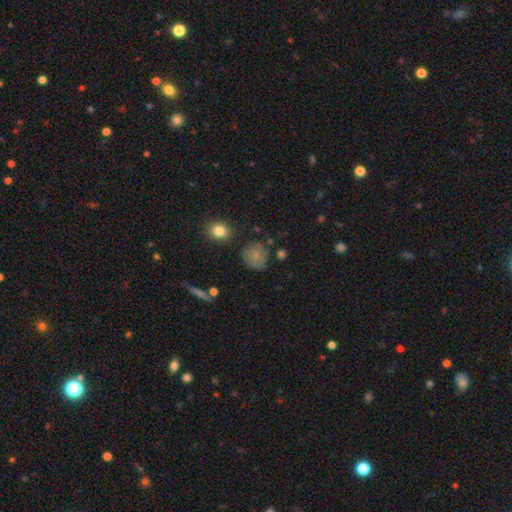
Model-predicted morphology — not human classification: Smooth or featured? Predicted: smooth (p=0.74). How rounded? Predicted: round (p=0.85). Merging? Predicted: none (p=0.71).